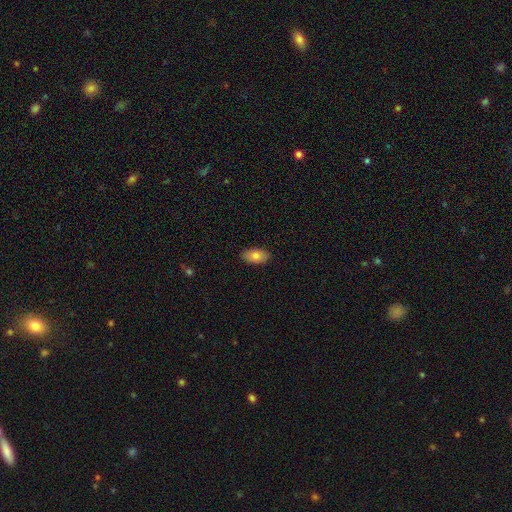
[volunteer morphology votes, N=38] smooth-or-featured: smooth: 71% | featured or disk: 21% | star or artifact: 8%
  how-rounded: in between: 96% | round: 4% | cigar-shaped: 0%
  merging: none: 94% | minor disturbance: 3% | major disturbance: 3% | merger: 0%